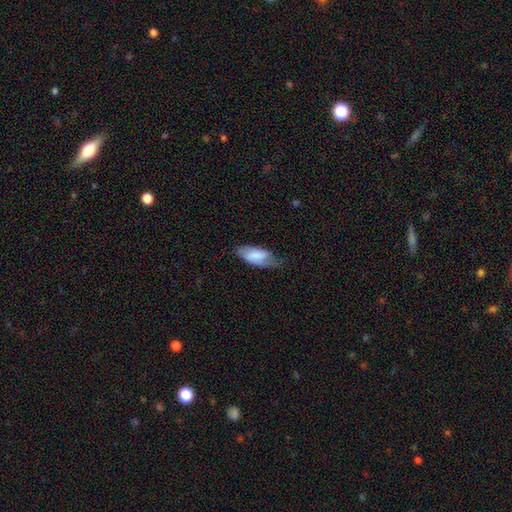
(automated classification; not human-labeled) smooth-or-featured: smooth: 75% | featured or disk: 18% | star or artifact: 6%
  how-rounded: in between: 88% | cigar-shaped: 10% | round: 2%
  merging: none: 57% | minor disturbance: 32% | major disturbance: 9% | merger: 1%